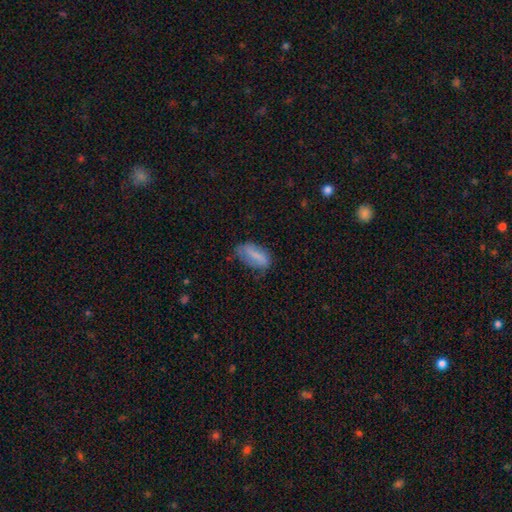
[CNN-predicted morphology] smooth_or_featured: smooth (p=0.70) [alt: featured or disk p=0.23]
how_rounded: in between (p=0.84) [alt: cigar-shaped p=0.13]
merging: none (p=0.55) [alt: minor disturbance p=0.32]